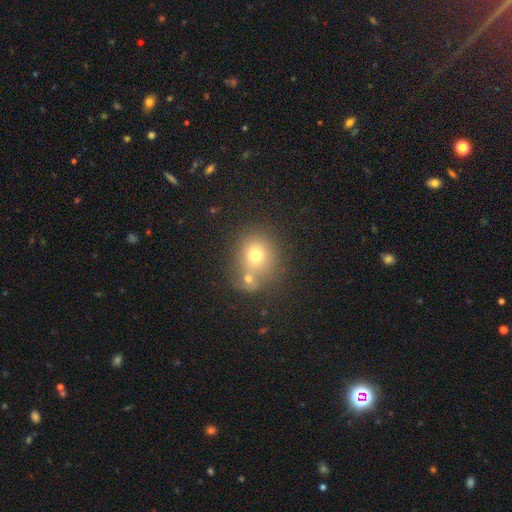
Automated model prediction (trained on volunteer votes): Smooth or featured? smooth (70%)
How rounded? round (78%)
Merging? none (56%)